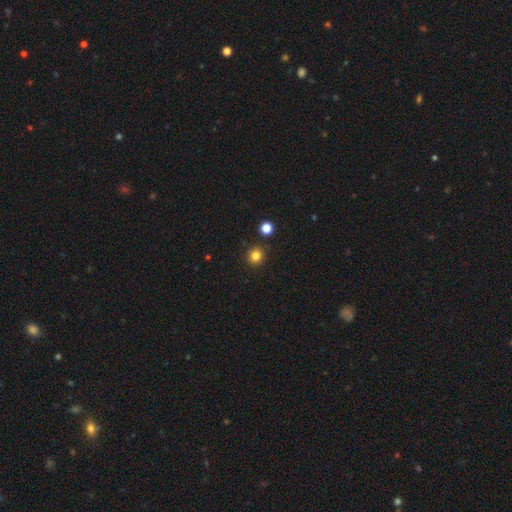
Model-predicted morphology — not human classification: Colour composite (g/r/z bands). It shows a smooth galaxy with no disk features (82%) that is round (92%). Merging: none (89%).